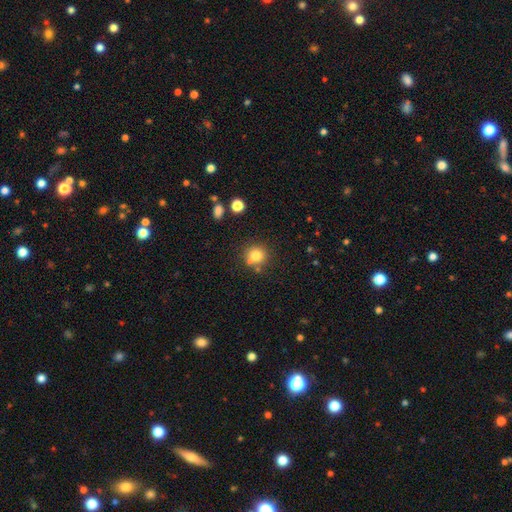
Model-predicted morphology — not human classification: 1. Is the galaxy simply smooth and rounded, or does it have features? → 78% smooth, 13% star or artifact, 9% featured or disk.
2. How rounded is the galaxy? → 91% round, 8% in between, 1% cigar-shaped.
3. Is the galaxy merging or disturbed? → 72% none, 15% merger, 10% minor disturbance, 3% major disturbance.